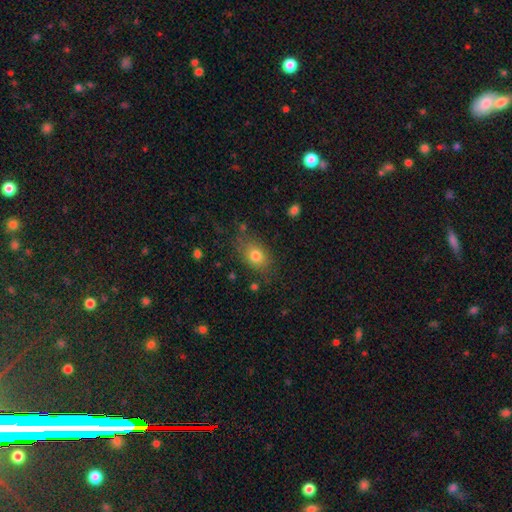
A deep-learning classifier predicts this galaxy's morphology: Smooth or featured?
  - smooth: 79% *
  - featured or disk: 11%
  - star or artifact: 10%
How rounded?
  - in between: 70% *
  - round: 28%
  - cigar-shaped: 2%
Merging?
  - none: 73% *
  - minor disturbance: 17%
  - major disturbance: 6%
  - merger: 3%